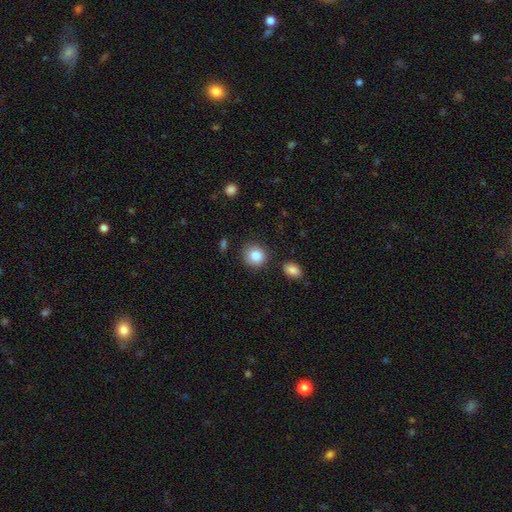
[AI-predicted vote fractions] Overall: smooth (87%). How rounded: round (85%). Merging: none (83%).